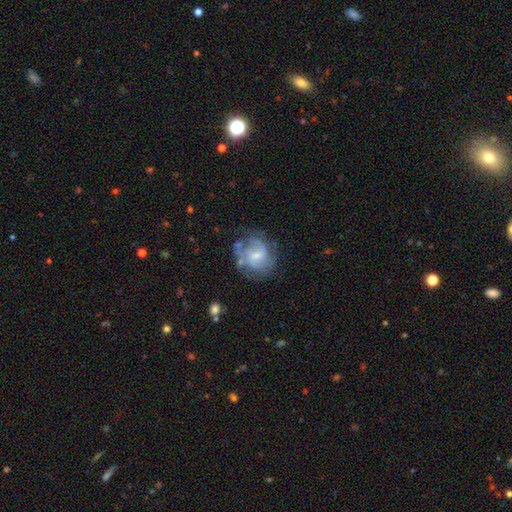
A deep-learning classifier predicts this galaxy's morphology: A featured or disk galaxy (73%) with a weak bar (51%), 2 (34%) medium (43%) spiral arms (85%) and a small central bulge (57%).

Vote fractions:
- Smooth or featured? featured or disk: 73% / smooth: 20% / star or artifact: 7%
- Edge-on disk? no: 98% / yes: 2%
- Bar? weak: 51% / no: 39% / strong: 10%
- Spiral arms? yes: 85% / no: 15%
- Spiral winding? medium: 43% / tight: 40% / loose: 17%
- Spiral arm count? 2: 34% / can't tell: 33% / 3: 18% / 4: 6% / 1: 5% / more than 4: 4%
- Bulge size? small: 57% / moderate: 33% / none: 7% / large: 2% / dominant: 1%
- Merging? none: 59% / minor disturbance: 22% / major disturbance: 15% / merger: 4%